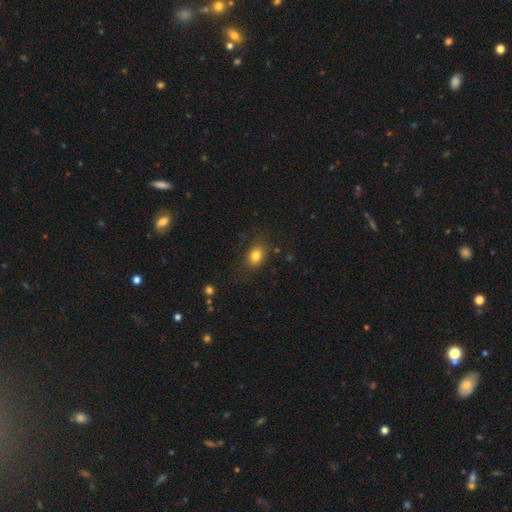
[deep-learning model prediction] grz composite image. It shows a smooth galaxy with no disk features (80%) that is in between round and cigar-shaped (66%). Merging: none (80%).